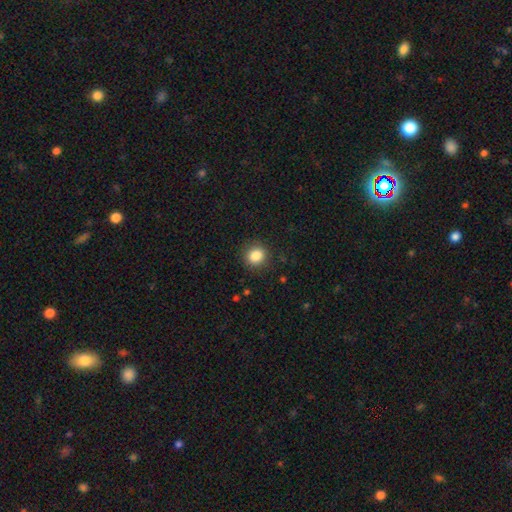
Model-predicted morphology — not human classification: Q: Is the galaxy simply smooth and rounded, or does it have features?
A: smooth — 86%.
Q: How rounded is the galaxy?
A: round — 79%.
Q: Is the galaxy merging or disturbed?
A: none — 88%.